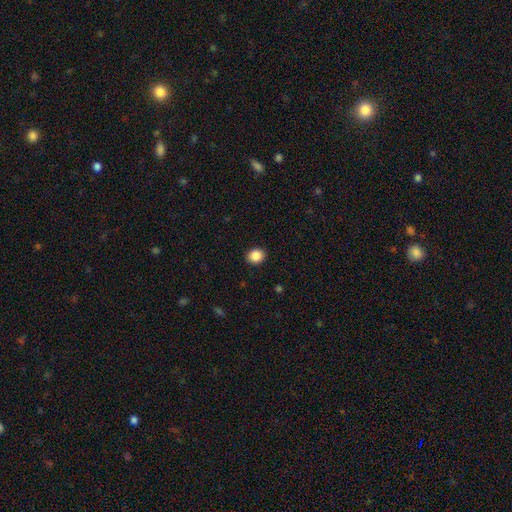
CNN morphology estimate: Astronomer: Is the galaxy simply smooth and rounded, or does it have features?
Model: smooth — 87%.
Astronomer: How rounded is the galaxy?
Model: round — 61% (runner-up: in between, 38%).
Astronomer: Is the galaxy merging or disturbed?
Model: none — 91%.